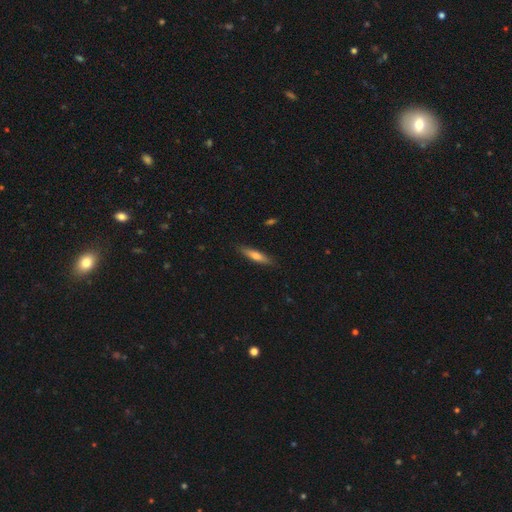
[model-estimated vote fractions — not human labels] Smooth or featured? Predicted: smooth (p=0.61). How rounded? Predicted: cigar-shaped (p=0.81). Merging? Predicted: none (p=0.87).